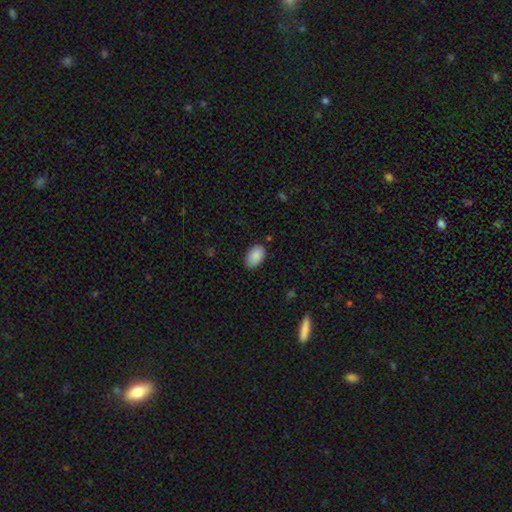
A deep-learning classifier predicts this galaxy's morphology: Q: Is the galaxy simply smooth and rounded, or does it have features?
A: smooth — 88%.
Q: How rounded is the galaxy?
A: in between — 91%.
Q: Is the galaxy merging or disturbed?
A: none — 83%.